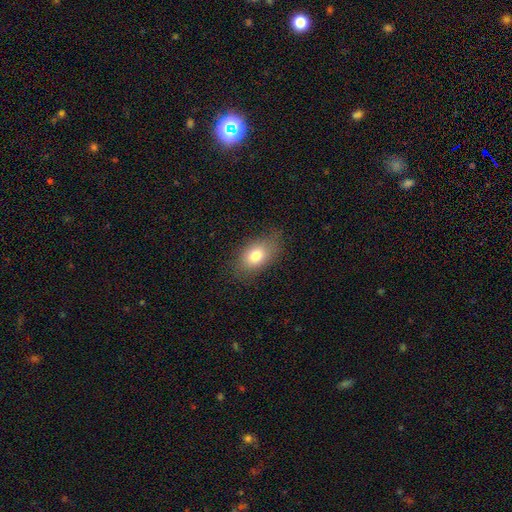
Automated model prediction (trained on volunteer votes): smooth_or_featured: smooth (p=0.77) [alt: featured or disk p=0.13]
how_rounded: in between (p=0.83) [alt: round p=0.15]
merging: none (p=0.74) [alt: minor disturbance p=0.19]